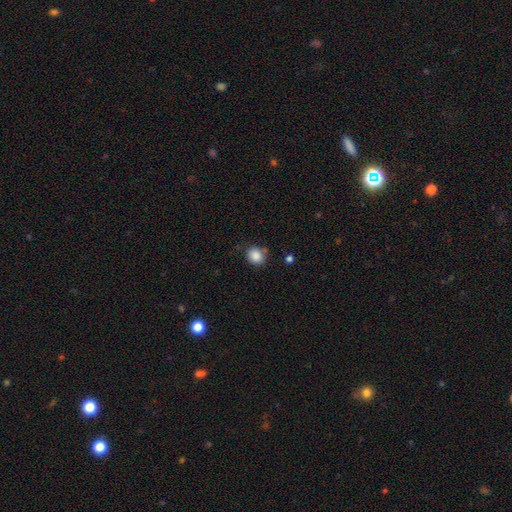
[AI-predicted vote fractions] Morphology: type=smooth (86%); roundness=round (66%); merging=none (76%).